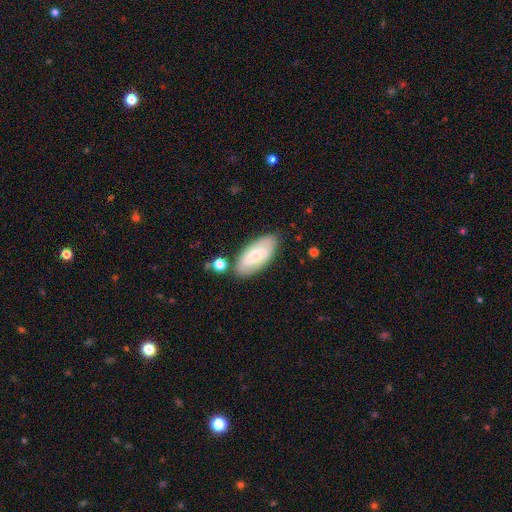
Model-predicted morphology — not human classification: smooth-or-featured: smooth: 55% | featured or disk: 39% | star or artifact: 6%
  how-rounded: in between: 88% | cigar-shaped: 9% | round: 2%
  merging: none: 78% | minor disturbance: 13% | merger: 6% | major disturbance: 3%